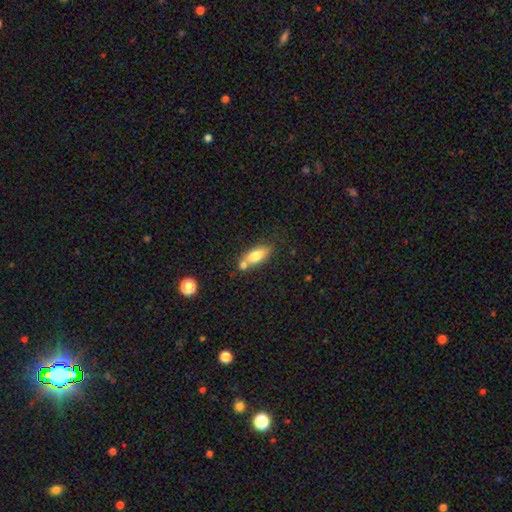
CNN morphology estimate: A smooth galaxy with no disk features (76%) that is in between round and cigar-shaped (78%).

Vote fractions:
- Smooth or featured? smooth: 76% / featured or disk: 16% / star or artifact: 8%
- How rounded? in between: 78% / cigar-shaped: 18% / round: 4%
- Merging? none: 54% / merger: 27% / minor disturbance: 15% / major disturbance: 4%